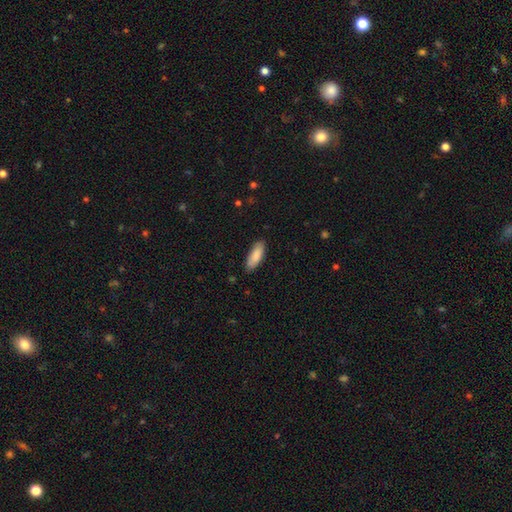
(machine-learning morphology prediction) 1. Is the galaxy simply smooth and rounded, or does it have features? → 86% smooth, 8% featured or disk, 5% star or artifact.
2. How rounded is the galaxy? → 69% in between, 30% cigar-shaped, 1% round.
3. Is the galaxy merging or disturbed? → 84% none, 13% minor disturbance, 2% major disturbance, 1% merger.